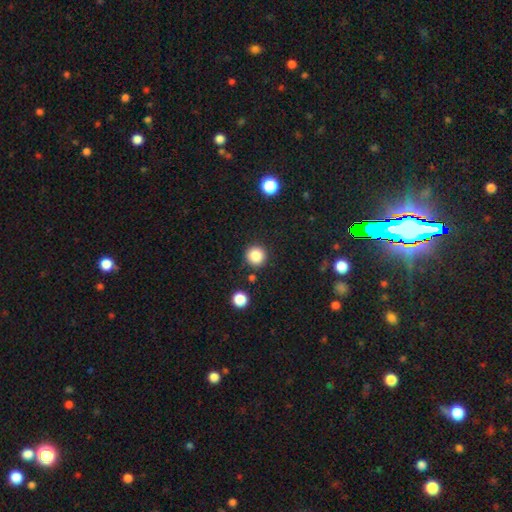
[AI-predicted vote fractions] Smooth or featured? Predicted: smooth (p=0.86). How rounded? Predicted: round (p=0.94). Merging? Predicted: none (p=0.88).